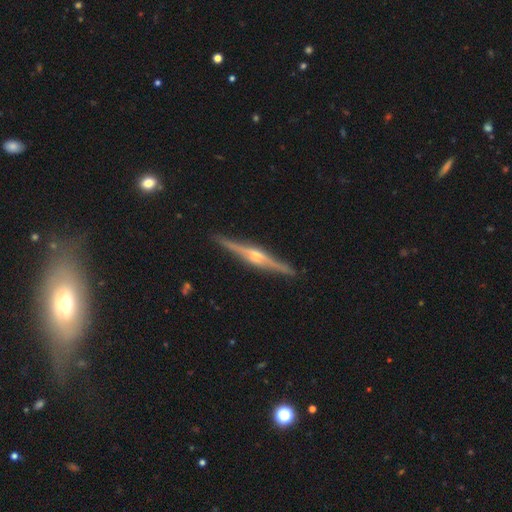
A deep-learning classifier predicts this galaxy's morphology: featured or disk 87%, smooth 8%, star or artifact 5%. Down the decision tree: edge-on disk — yes (98%); edge-on bulge — rounded (86%); merging — none (92%).